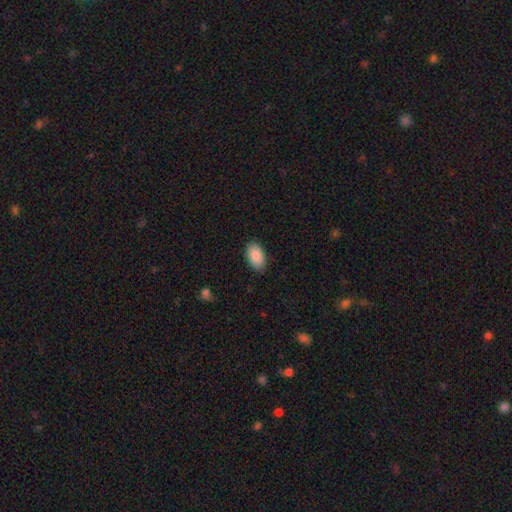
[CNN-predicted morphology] Smooth or featured?
  - smooth: 90% *
  - star or artifact: 6%
  - featured or disk: 4%
How rounded?
  - in between: 94% *
  - round: 5%
  - cigar-shaped: 1%
Merging?
  - none: 86% *
  - minor disturbance: 10%
  - major disturbance: 2%
  - merger: 1%